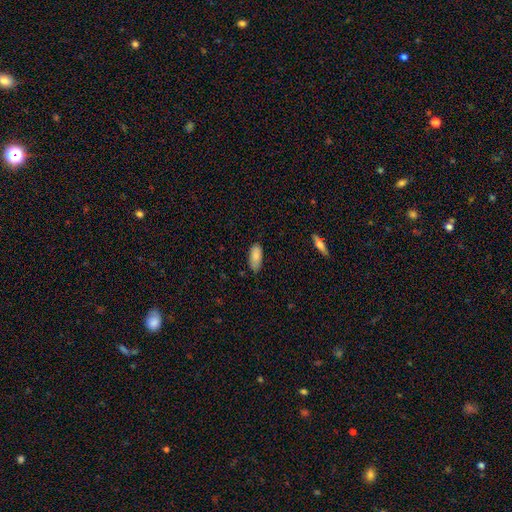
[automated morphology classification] type=smooth (85%); roundness=in between (88%); merging=none (75%).